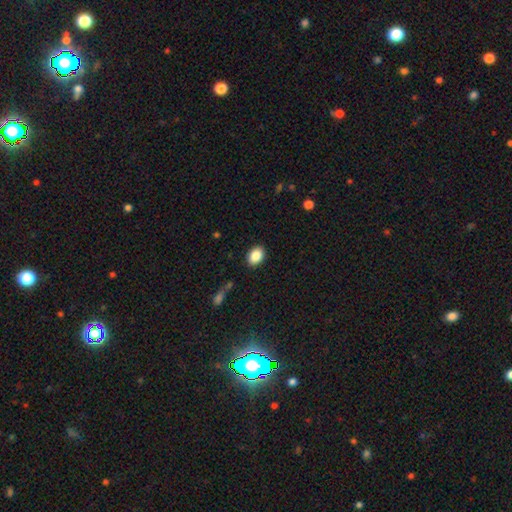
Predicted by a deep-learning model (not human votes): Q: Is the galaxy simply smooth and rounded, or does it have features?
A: smooth — 87%.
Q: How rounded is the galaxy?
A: in between — 78%.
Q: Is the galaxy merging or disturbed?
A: none — 87%.